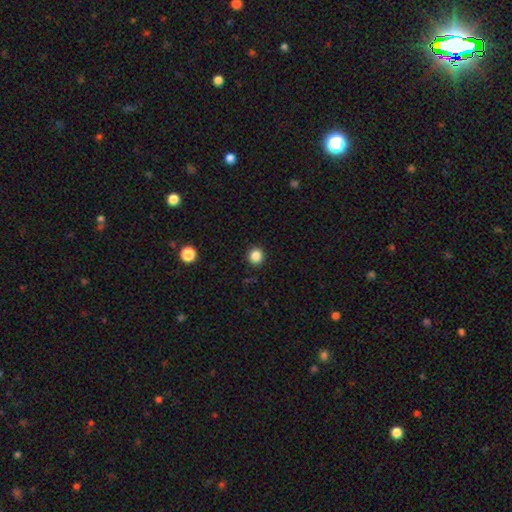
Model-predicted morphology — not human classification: Q: Smooth or featured?
A: smooth (85%); runner-up: star or artifact (11%)
Q: How rounded?
A: round (91%); runner-up: in between (8%)
Q: Merging?
A: none (92%); runner-up: minor disturbance (5%)